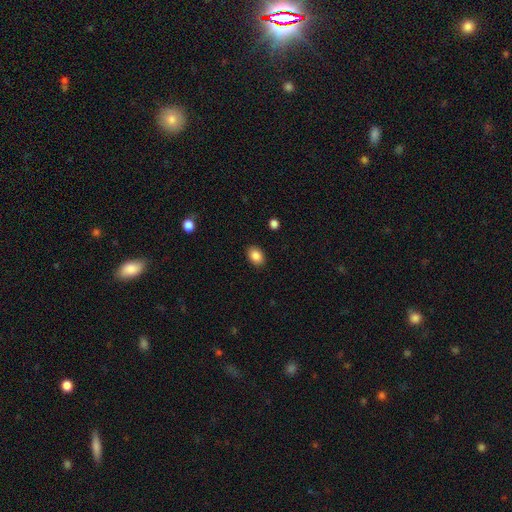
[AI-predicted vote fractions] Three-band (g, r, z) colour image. It shows a smooth galaxy with no disk features (87%) that is in between round and cigar-shaped (73%). Merging: none (89%).